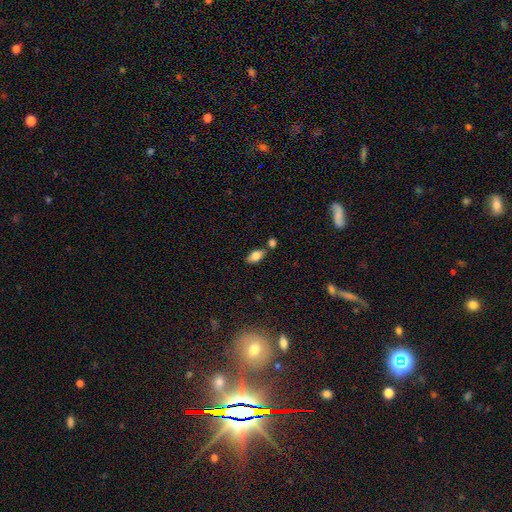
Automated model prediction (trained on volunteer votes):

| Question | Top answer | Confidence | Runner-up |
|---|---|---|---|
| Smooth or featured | smooth | 82% | featured or disk (10%) |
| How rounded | in between | 90% | cigar-shaped (7%) |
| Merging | none | 72% | merger (14%) |